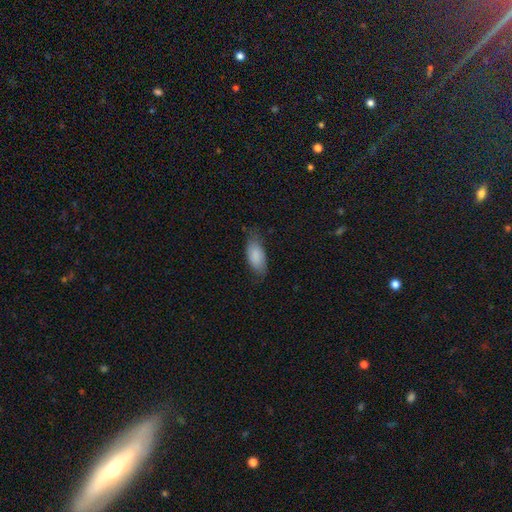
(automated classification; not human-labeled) Smooth or featured? Predicted: smooth (p=0.84). How rounded? Predicted: in between (p=0.88). Merging? Predicted: none (p=0.67).